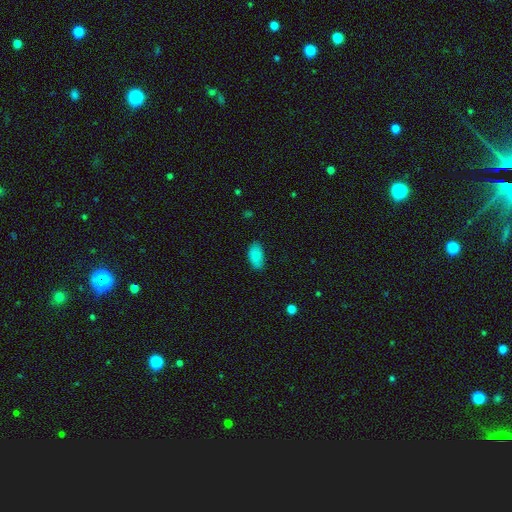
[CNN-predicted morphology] A smooth galaxy with no disk features (87%) that is in between round and cigar-shaped (94%). Merging: none (82%).